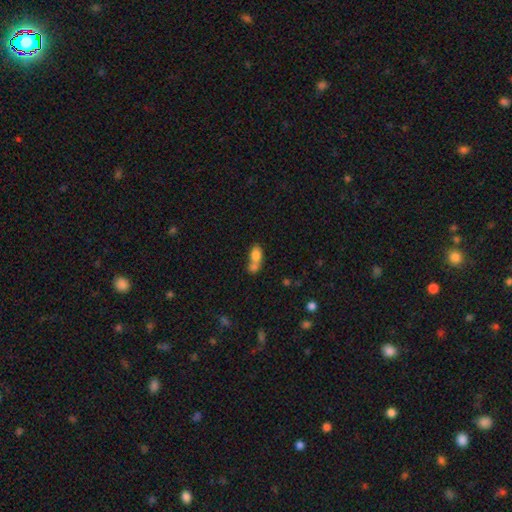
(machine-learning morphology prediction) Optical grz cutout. It shows a smooth galaxy with no disk features (77%) that is in between round and cigar-shaped (74%). Merging: merger (69%).